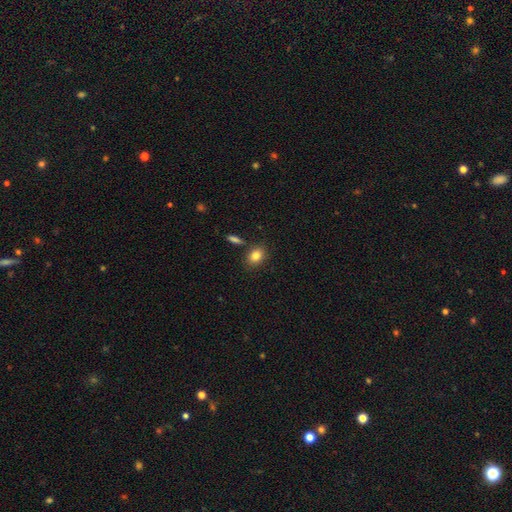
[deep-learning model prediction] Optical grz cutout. It shows a smooth galaxy with no disk features (84%) that is in between round and cigar-shaped (60%). Merging: none (80%).